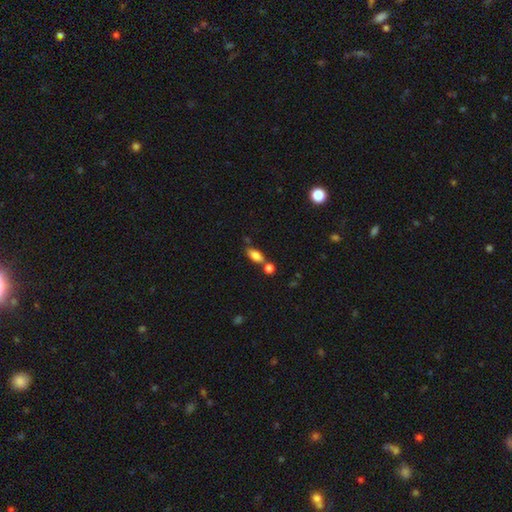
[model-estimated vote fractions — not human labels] The model was most divided on "merging": none: 61%, merger: 22%, minor disturbance: 14%, major disturbance: 4%. More confident: how rounded — in between (77%); smooth or featured — smooth (76%).